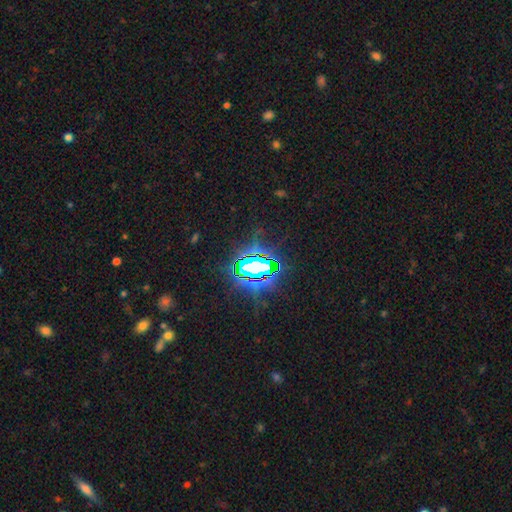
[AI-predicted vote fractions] This appears to be a star or artifact, not a galaxy (82%).